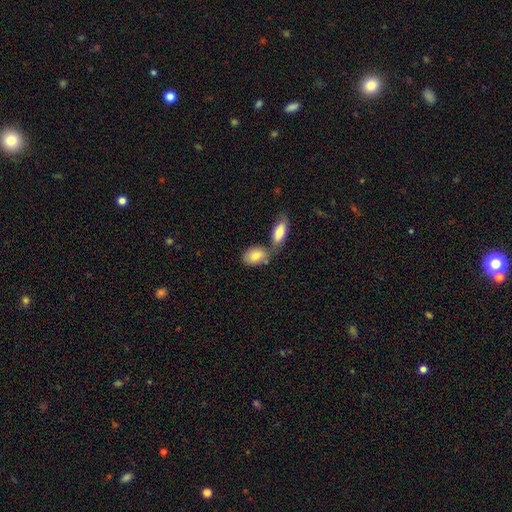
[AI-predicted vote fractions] A smooth galaxy with no disk features (81%) that is in between round and cigar-shaped (89%).

Vote fractions:
- Smooth or featured? smooth: 81% / featured or disk: 13% / star or artifact: 6%
- How rounded? in between: 89% / round: 8% / cigar-shaped: 3%
- Merging? none: 43% / merger: 41% / minor disturbance: 12% / major disturbance: 4%